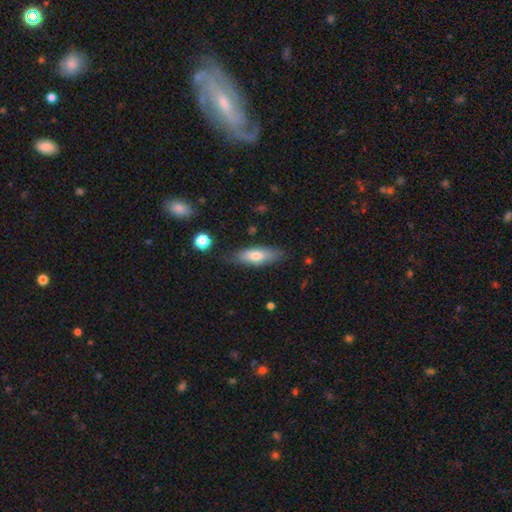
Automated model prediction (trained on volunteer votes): This appears to be a smooth galaxy with no disk features (69%) that is in between round and cigar-shaped (62%). Merging: none (71%).